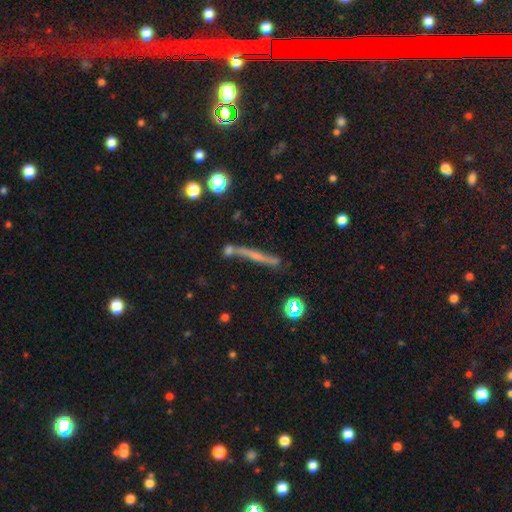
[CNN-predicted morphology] Smooth or featured?
  - featured or disk: 50% *
  - smooth: 37%
  - star or artifact: 13%
Merging?
  - none: 69% *
  - minor disturbance: 15%
  - merger: 11%
  - major disturbance: 5%